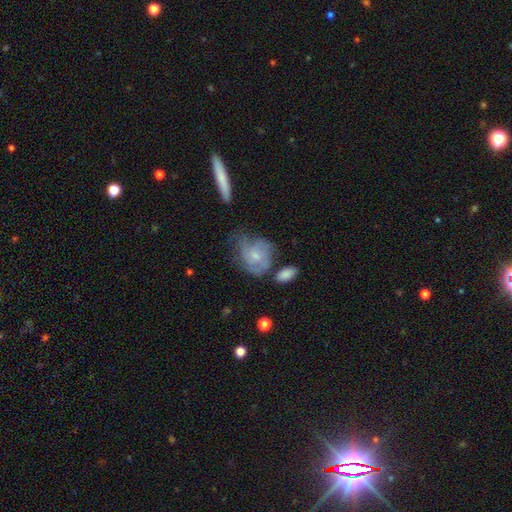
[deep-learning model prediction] This is likely a featured or disk galaxy (66%). It is clearly not viewed edge-on (96%). Bar: likely no (74%). Spiral arm pattern: clearly yes (86%). Spiral arm count: marginally can't tell (36%). Spiral winding: possibly tight (48%). Central bulge: possibly small (58%). Merging: possibly none (46%).